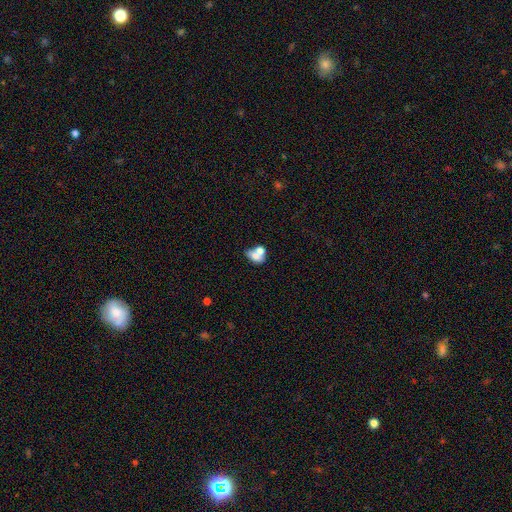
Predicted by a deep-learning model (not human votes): Smooth or featured: smooth — 66% (featured or disk — 24%)
How rounded: in between — 70% (round — 28%)
Merging: merger — 59% (none — 24%)